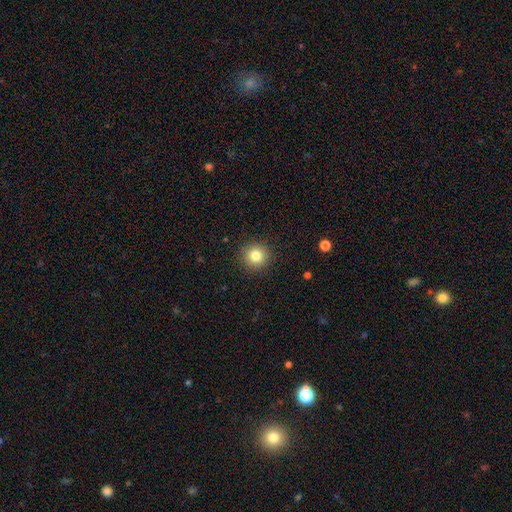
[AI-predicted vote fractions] Smooth or featured? smooth (82%)
How rounded? round (93%)
Merging? none (91%)